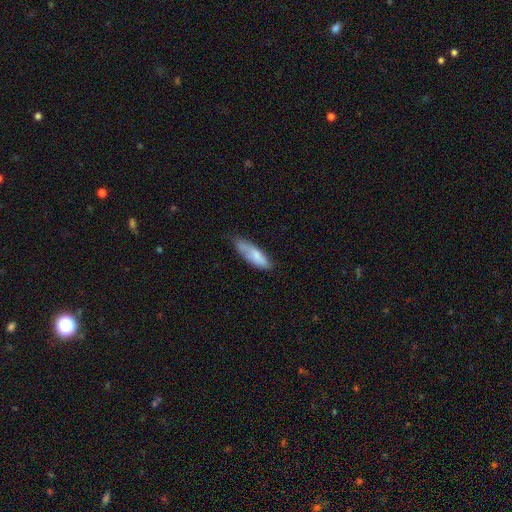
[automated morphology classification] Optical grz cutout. It shows a smooth galaxy with no disk features (74%) that is in between round and cigar-shaped (54%). Merging: none (56%).